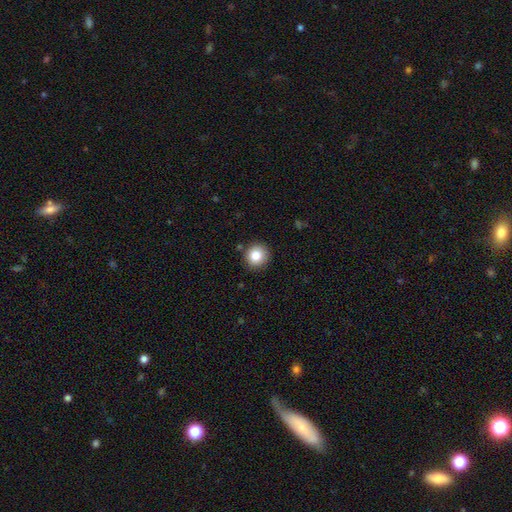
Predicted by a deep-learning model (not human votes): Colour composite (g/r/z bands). It shows a smooth galaxy with no disk features (83%) that is round (93%). Merging: none (89%).